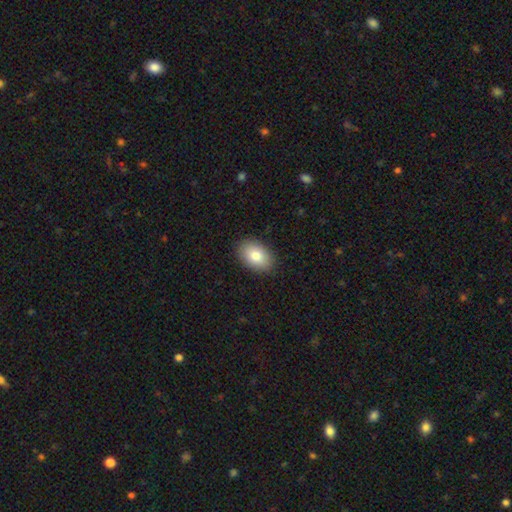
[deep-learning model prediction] The model was most divided on "smooth or featured": smooth: 82%, featured or disk: 11%, star or artifact: 8%. More confident: merging — none (89%); how rounded — in between (87%).